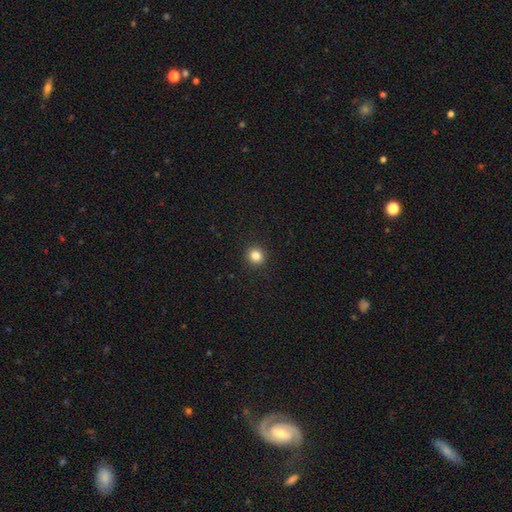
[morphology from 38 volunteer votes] This appears to be a smooth galaxy with no disk features (89%) that is round (85%). Merging: none (91%).